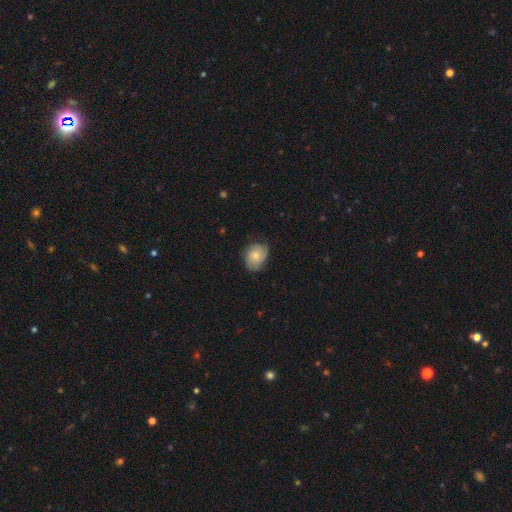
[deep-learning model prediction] Smooth or featured?
  - smooth: 64% *
  - featured or disk: 29%
  - star or artifact: 7%
How rounded?
  - round: 52% *
  - in between: 47%
  - cigar-shaped: 1%
Merging?
  - none: 65% *
  - minor disturbance: 28%
  - major disturbance: 6%
  - merger: 1%